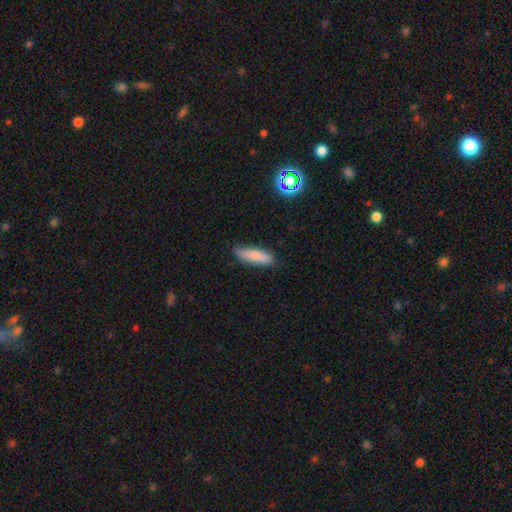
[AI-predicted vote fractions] A smooth galaxy with no disk features (81%) that is cigar-shaped (57%). Merging: none (80%).